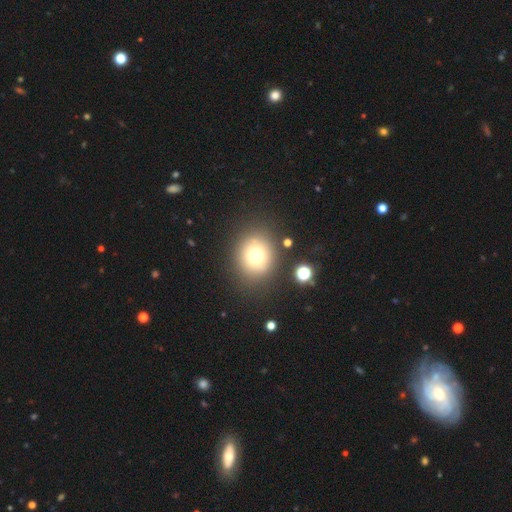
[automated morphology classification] smooth_or_featured: smooth (p=0.71) [alt: star or artifact p=0.15]
how_rounded: round (p=0.75) [alt: in between p=0.24]
merging: none (p=0.81) [alt: minor disturbance p=0.10]